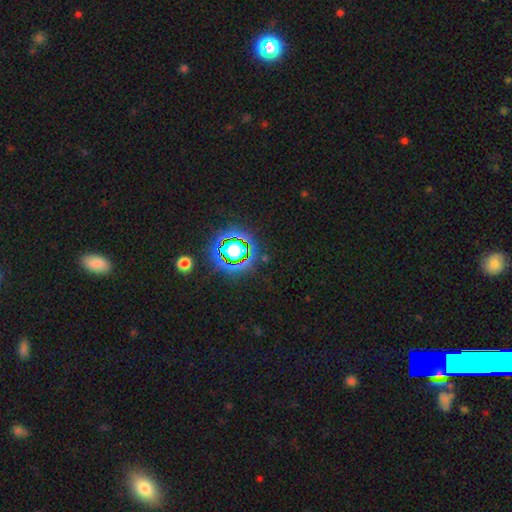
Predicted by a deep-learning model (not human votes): The model was most divided on "smooth or featured": star or artifact: 78%, smooth: 14%, featured or disk: 9%.